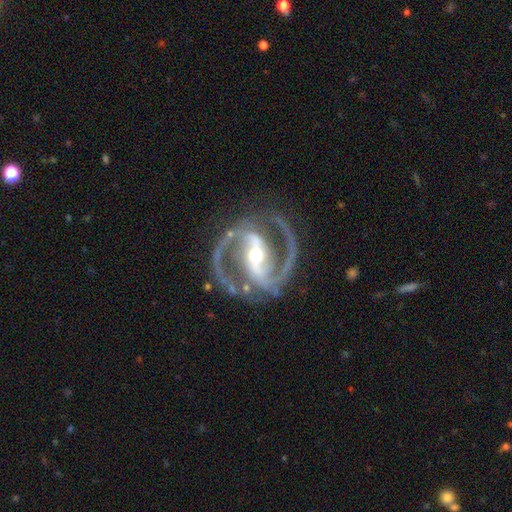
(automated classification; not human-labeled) Q: Smooth or featured?
A: featured or disk (93%); runner-up: star or artifact (4%)
Q: Edge-on disk?
A: no (98%); runner-up: yes (2%)
Q: Bar?
A: strong (67%); runner-up: weak (24%)
Q: Spiral arms?
A: yes (98%); runner-up: no (2%)
Q: Spiral winding?
A: medium (66%); runner-up: tight (22%)
Q: Spiral arm count?
A: 2 (93%); runner-up: 3 (3%)
Q: Bulge size?
A: moderate (64%); runner-up: small (30%)
Q: Merging?
A: none (80%); runner-up: minor disturbance (12%)